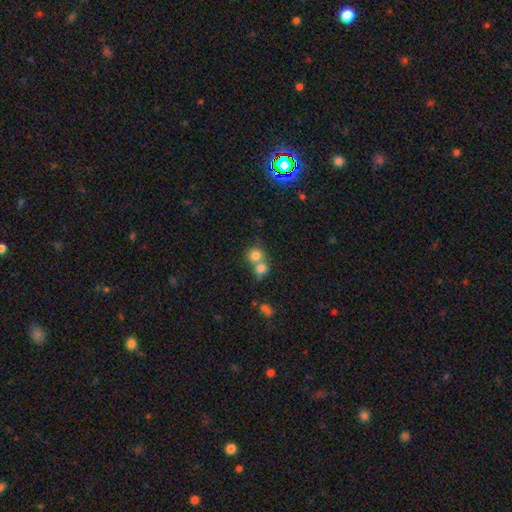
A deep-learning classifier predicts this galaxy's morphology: smooth 79%, star or artifact 11%, featured or disk 10%. Down the decision tree: how rounded — round (84%); merging — merger (53%).